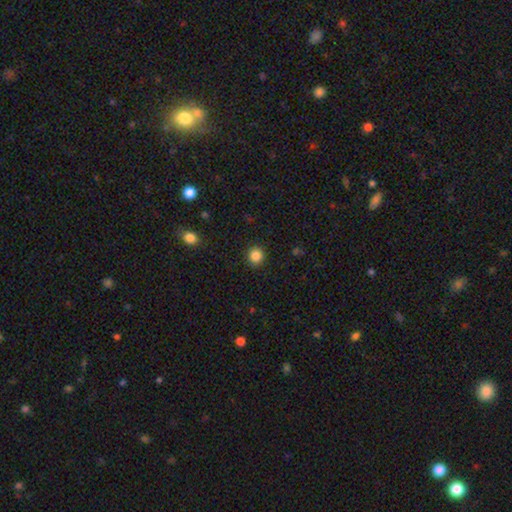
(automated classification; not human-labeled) This is clearly a smooth galaxy (85%). How rounded: clearly round (91%). Merging: clearly none (92%).